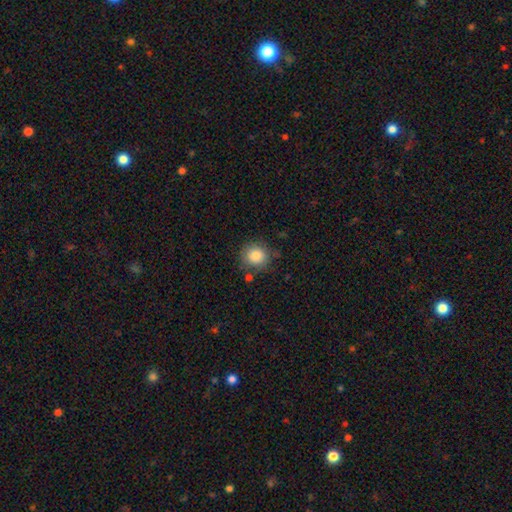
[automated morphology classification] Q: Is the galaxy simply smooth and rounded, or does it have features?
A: smooth — 85%.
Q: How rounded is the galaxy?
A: round — 88%.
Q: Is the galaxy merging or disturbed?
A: none — 78%.